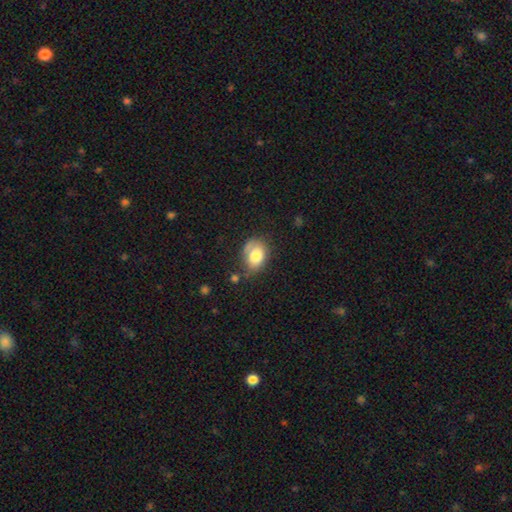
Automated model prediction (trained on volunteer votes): Smooth or featured? smooth (77%)
How rounded? in between (74%)
Merging? none (55%)